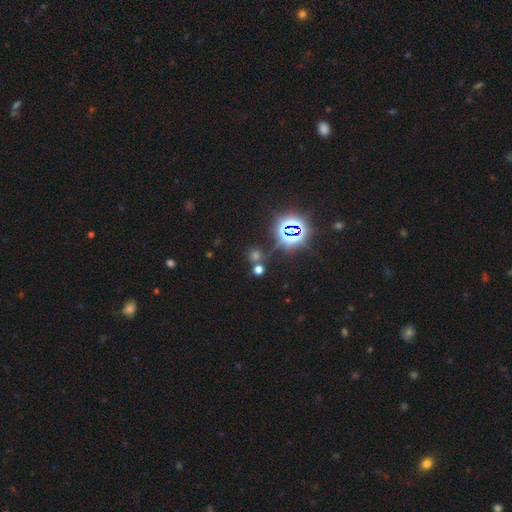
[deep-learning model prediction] Morphology: type=star or artifact (54%).